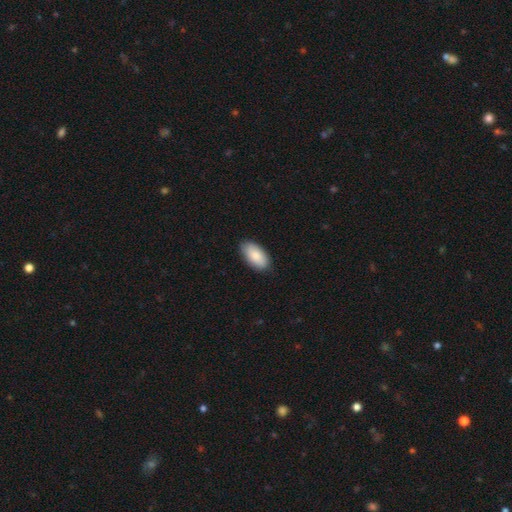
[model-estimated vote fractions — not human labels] smooth-or-featured: smooth: 85% | featured or disk: 9% | star or artifact: 6%
  how-rounded: in between: 94% | cigar-shaped: 3% | round: 3%
  merging: none: 85% | minor disturbance: 12% | major disturbance: 2% | merger: 1%